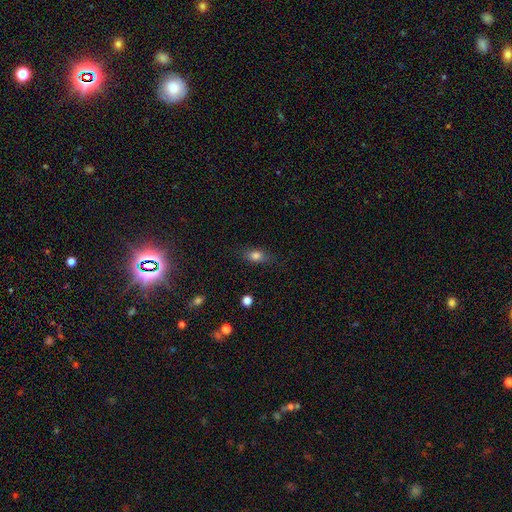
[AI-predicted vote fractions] smooth-or-featured: smooth: 78% | featured or disk: 12% | star or artifact: 10%
  how-rounded: in between: 76% | round: 14% | cigar-shaped: 10%
  merging: none: 79% | minor disturbance: 15% | major disturbance: 4% | merger: 1%